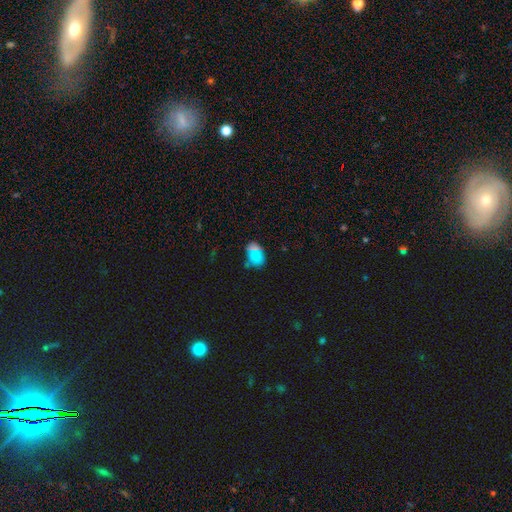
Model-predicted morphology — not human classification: smooth 65%, star or artifact 25%, featured or disk 10%. Down the decision tree: how rounded — in between (56%); merging — none (61%).